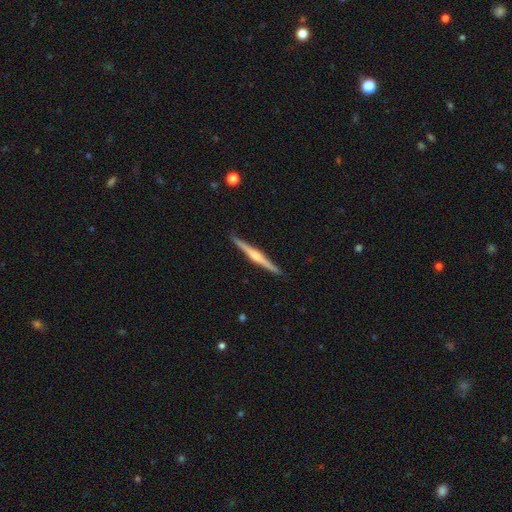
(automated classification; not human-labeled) Overall: featured or disk (76%). Edge-on disk: yes (99%). Edge-on bulge: rounded (81%). Merging: none (92%).